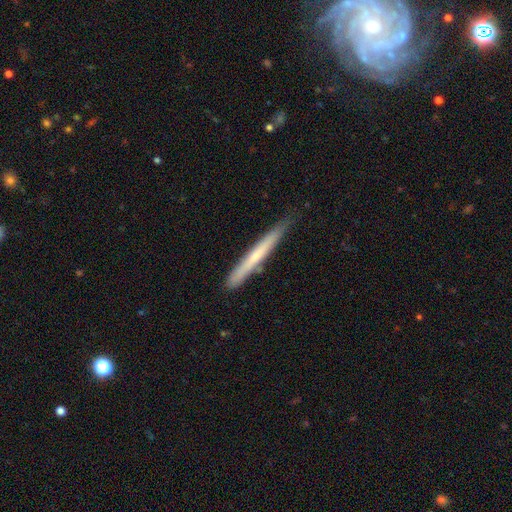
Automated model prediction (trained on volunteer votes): Smooth or featured? Predicted: smooth (p=0.55). How rounded? Predicted: cigar-shaped (p=0.97). Merging? Predicted: none (p=0.78).